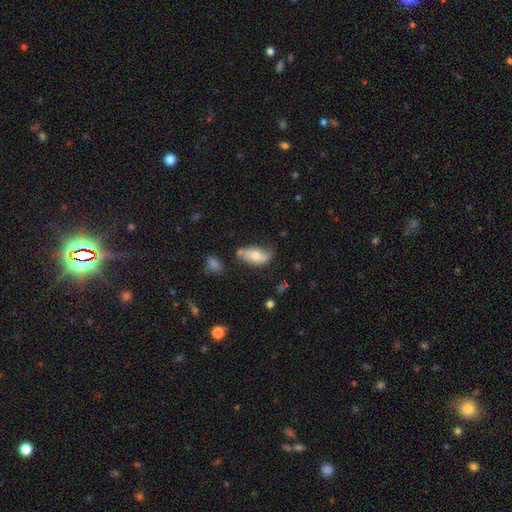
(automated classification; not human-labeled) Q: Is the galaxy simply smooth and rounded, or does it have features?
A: smooth — 61%.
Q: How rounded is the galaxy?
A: in between — 91%.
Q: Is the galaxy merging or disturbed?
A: none — 54%.